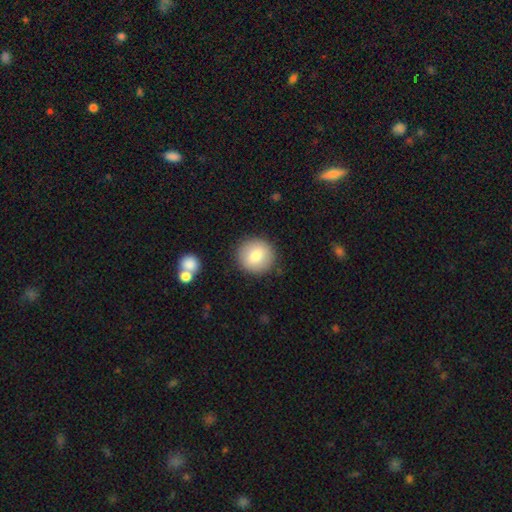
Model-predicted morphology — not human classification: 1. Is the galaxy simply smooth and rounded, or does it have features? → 80% smooth, 12% featured or disk, 7% star or artifact.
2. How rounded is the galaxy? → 94% round, 5% in between, 1% cigar-shaped.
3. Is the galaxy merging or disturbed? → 89% none, 7% minor disturbance, 2% major disturbance, 2% merger.